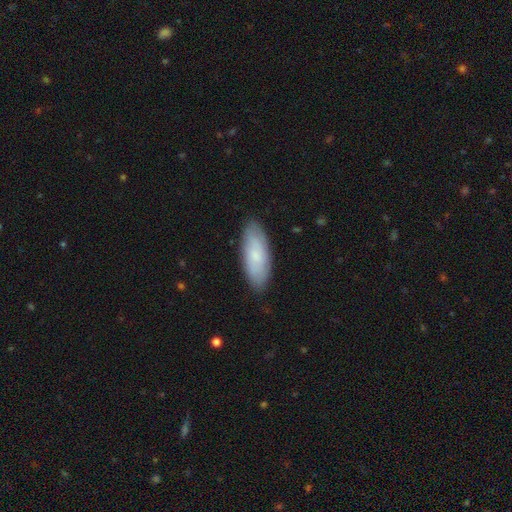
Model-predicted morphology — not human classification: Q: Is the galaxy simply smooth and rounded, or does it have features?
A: smooth — 73%.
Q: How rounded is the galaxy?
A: in between — 75%.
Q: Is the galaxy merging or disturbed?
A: none — 85%.